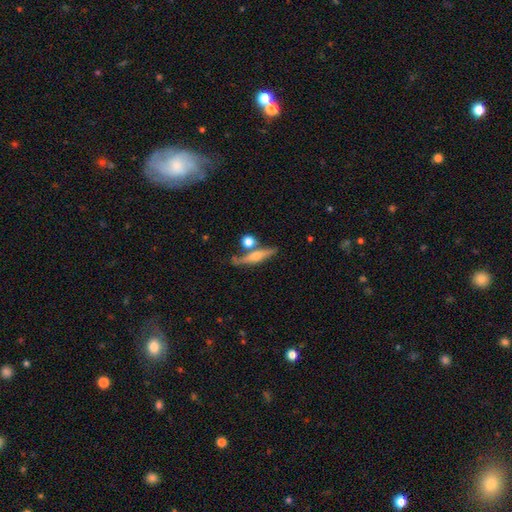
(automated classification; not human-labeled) The model was most divided on "smooth or featured": featured or disk: 69%, smooth: 24%, star or artifact: 7%. More confident: edge-on disk — yes (94%); edge-on bulge — rounded (90%); merging — none (73%).